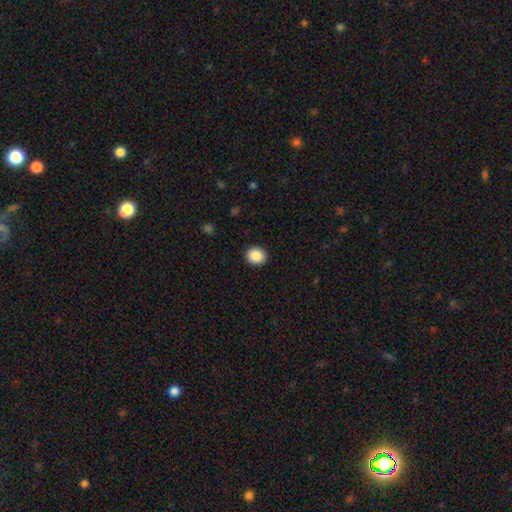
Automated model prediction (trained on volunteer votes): This appears to be a smooth galaxy with no disk features (88%) that is round (75%). Merging: none (92%).